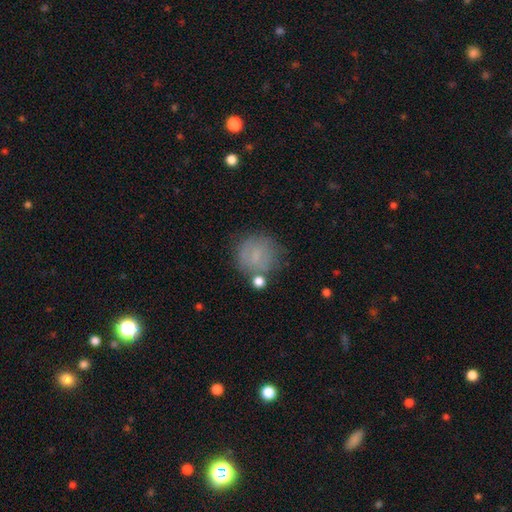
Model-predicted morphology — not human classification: Smooth or featured: smooth — 68% (featured or disk — 21%)
How rounded: round — 88% (in between — 11%)
Merging: none — 67% (minor disturbance — 17%)